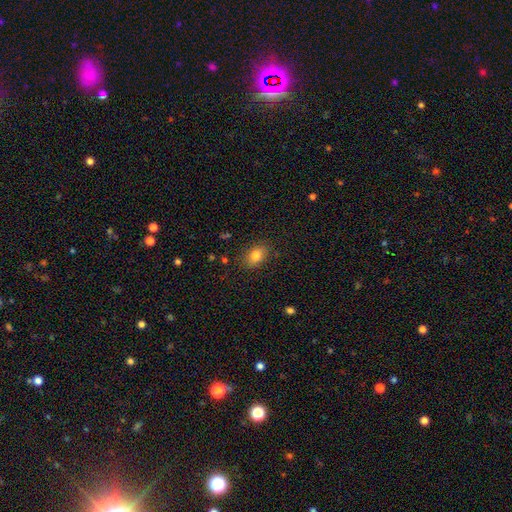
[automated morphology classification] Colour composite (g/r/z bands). It shows a smooth galaxy with no disk features (81%) that is in between round and cigar-shaped (75%). Merging: none (85%).